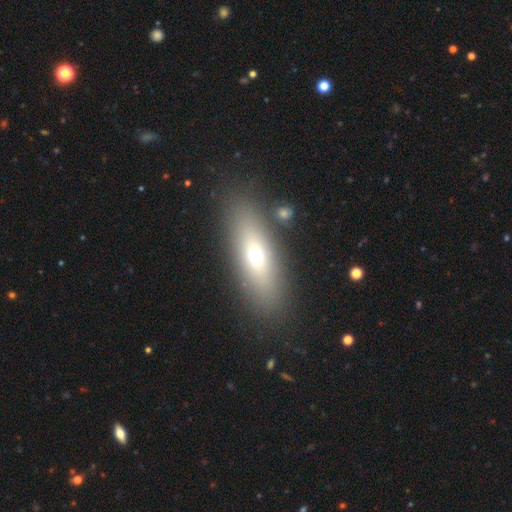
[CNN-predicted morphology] A smooth galaxy with no disk features (58%) that is in between round and cigar-shaped (50%).

Vote fractions:
- Smooth or featured? smooth: 58% / featured or disk: 32% / star or artifact: 10%
- How rounded? in between: 50% / cigar-shaped: 45% / round: 4%
- Merging? none: 85% / minor disturbance: 9% / major disturbance: 4% / merger: 3%